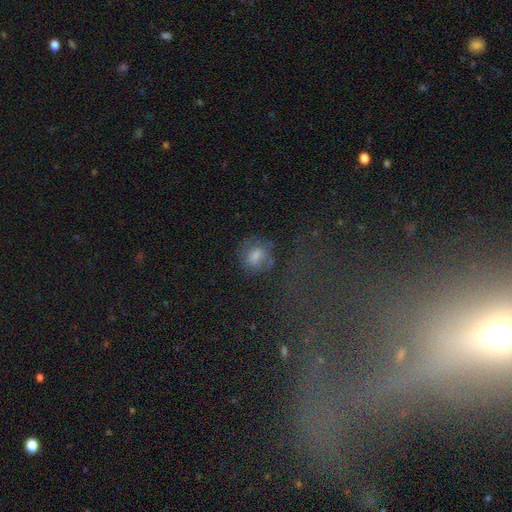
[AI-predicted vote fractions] Overall: smooth (60%; featured or disk 25%). How rounded: round (58%; in between 40%). Merging: none (59%; minor disturbance 22%).